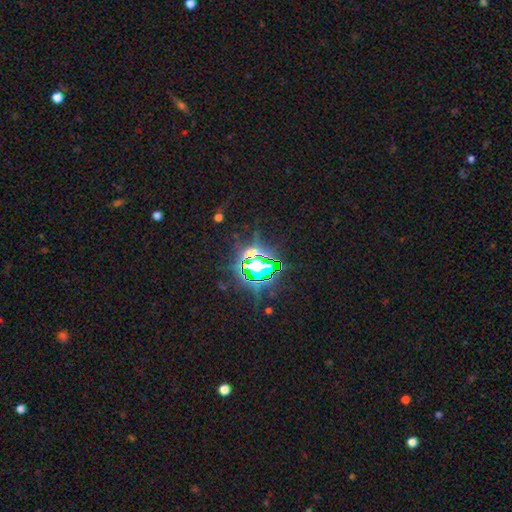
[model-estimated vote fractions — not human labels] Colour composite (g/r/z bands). It shows a star or artifact, not a galaxy (82%).